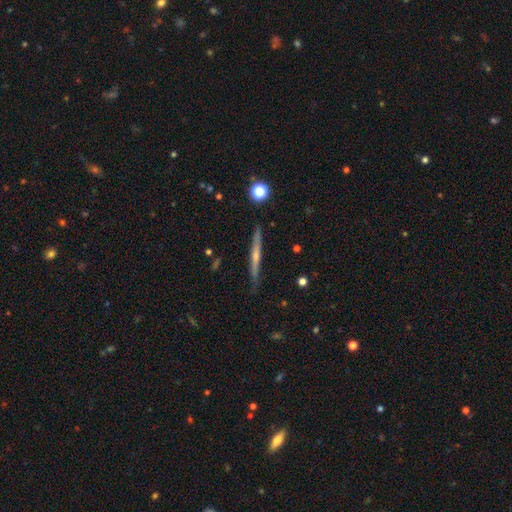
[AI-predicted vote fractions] A featured or disk galaxy (67%) viewed edge-on (95%) with a rounded central bulge (74%). Merging: none (86%).